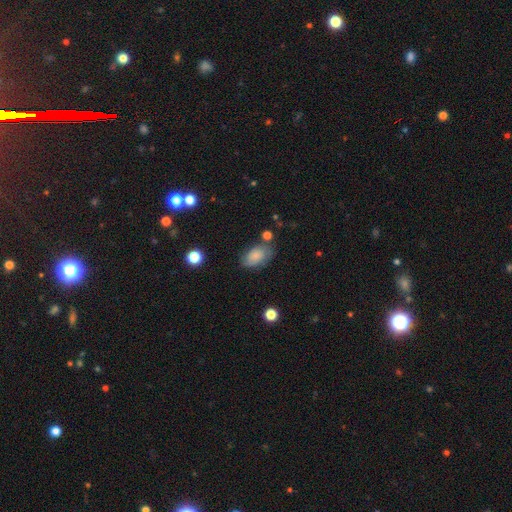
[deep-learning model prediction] smooth_or_featured: smooth (p=0.67) [alt: featured or disk p=0.24]
how_rounded: in between (p=0.91) [alt: round p=0.07]
merging: none (p=0.61) [alt: minor disturbance p=0.25]